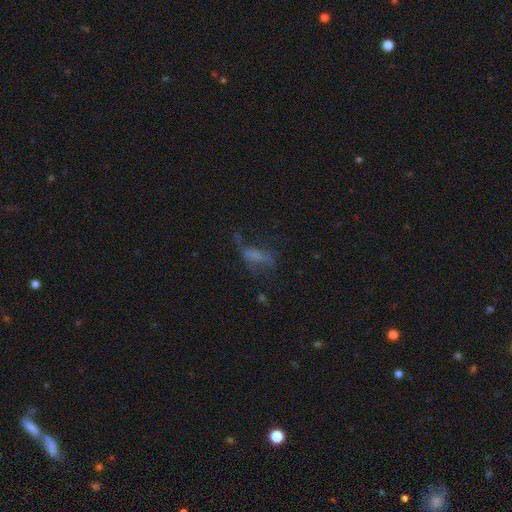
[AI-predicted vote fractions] This is marginally a featured or disk galaxy (39%). Merging: marginally major disturbance (41%).